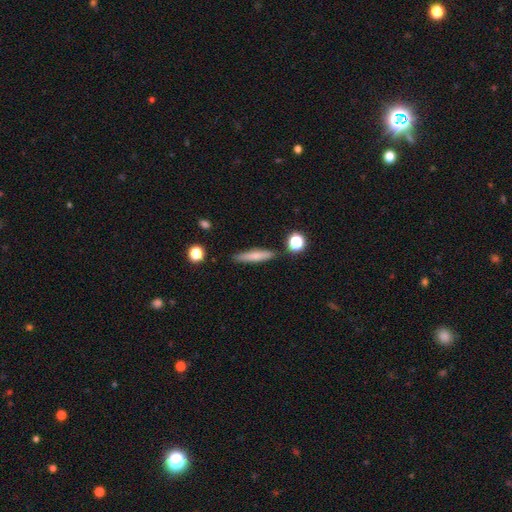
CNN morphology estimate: type=smooth (71%); roundness=cigar-shaped (85%); merging=none (85%).